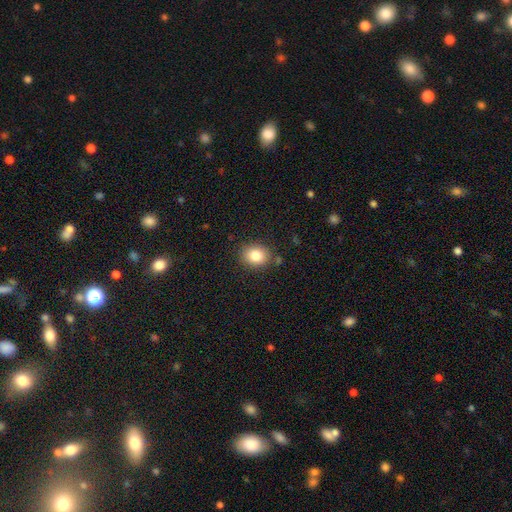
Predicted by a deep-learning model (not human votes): smooth-or-featured: smooth: 83% | star or artifact: 10% | featured or disk: 7%
  how-rounded: round: 58% | in between: 41% | cigar-shaped: 1%
  merging: none: 84% | minor disturbance: 11% | major disturbance: 3% | merger: 3%